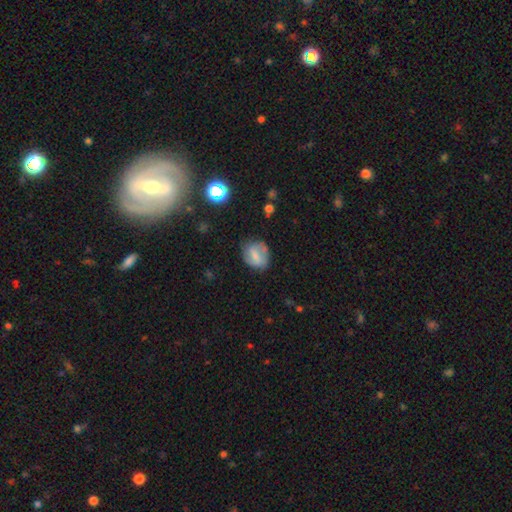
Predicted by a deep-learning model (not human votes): Morphology: type=smooth (58%); roundness=in between (49%, tied with round); merging=none (63%).